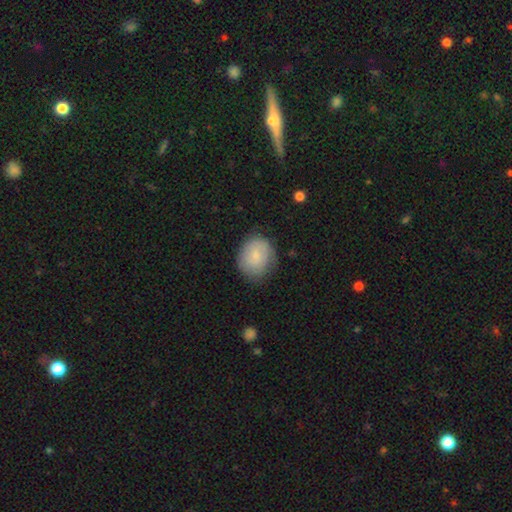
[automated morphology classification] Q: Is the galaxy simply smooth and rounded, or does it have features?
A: smooth — 75%.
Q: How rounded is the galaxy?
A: round — 64%.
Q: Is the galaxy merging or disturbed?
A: none — 74%.